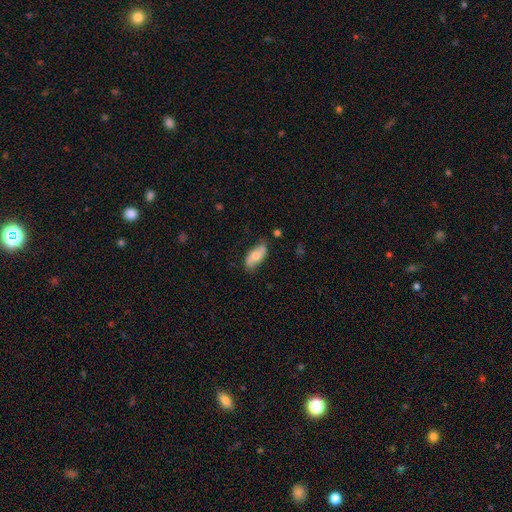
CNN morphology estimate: This is possibly a smooth galaxy (55%). How rounded: clearly in between (87%). Merging: likely none (76%).